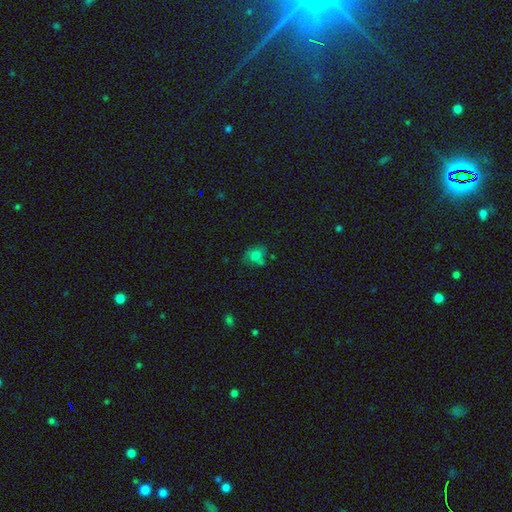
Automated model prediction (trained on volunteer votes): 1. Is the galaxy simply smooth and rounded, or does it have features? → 73% smooth, 14% star or artifact, 13% featured or disk.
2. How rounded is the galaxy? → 65% round, 34% in between, 1% cigar-shaped.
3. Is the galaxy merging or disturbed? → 57% none, 23% minor disturbance, 12% merger, 8% major disturbance.